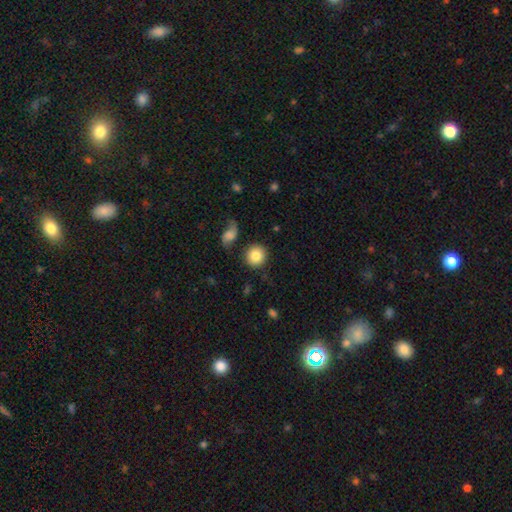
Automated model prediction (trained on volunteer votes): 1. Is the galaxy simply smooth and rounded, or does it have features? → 83% smooth, 9% featured or disk, 8% star or artifact.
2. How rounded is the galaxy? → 90% round, 9% in between, 1% cigar-shaped.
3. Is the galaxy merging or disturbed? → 85% none, 8% minor disturbance, 4% merger, 3% major disturbance.